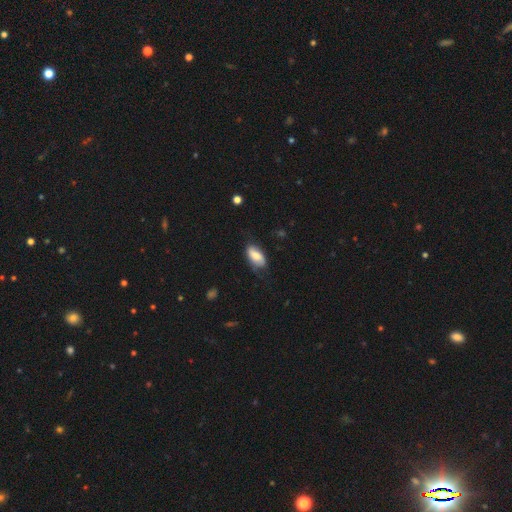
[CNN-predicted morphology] smooth 67%, featured or disk 26%, star or artifact 7%. Down the decision tree: how rounded — in between (91%); merging — none (58%).